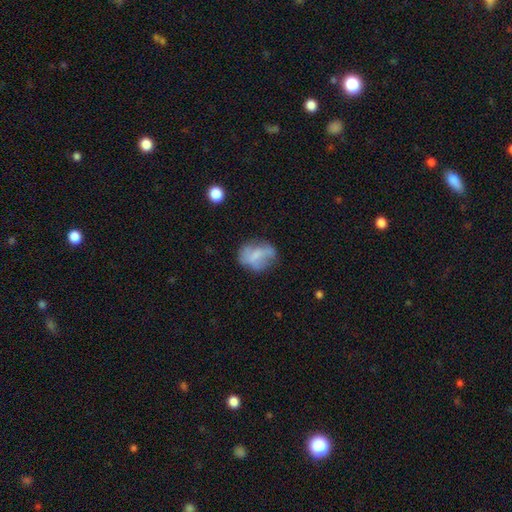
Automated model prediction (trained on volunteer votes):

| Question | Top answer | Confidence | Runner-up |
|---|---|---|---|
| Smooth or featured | smooth | 56% | featured or disk (34%) |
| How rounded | in between | 63% | round (36%) |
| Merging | none | 52% | minor disturbance (28%) |